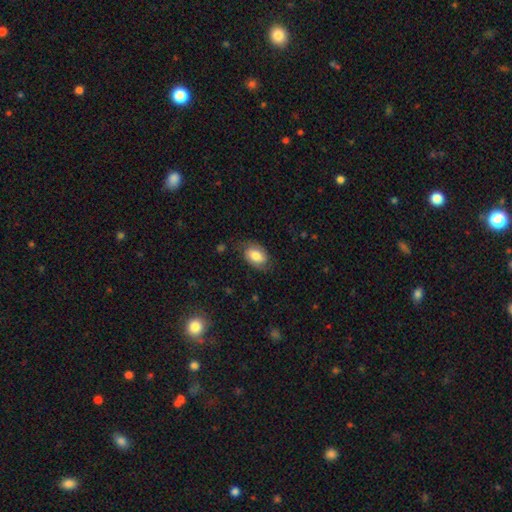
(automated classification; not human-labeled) Q: Smooth or featured?
A: smooth (62%); runner-up: featured or disk (30%)
Q: How rounded?
A: in between (84%); runner-up: round (15%)
Q: Merging?
A: none (69%); runner-up: minor disturbance (21%)